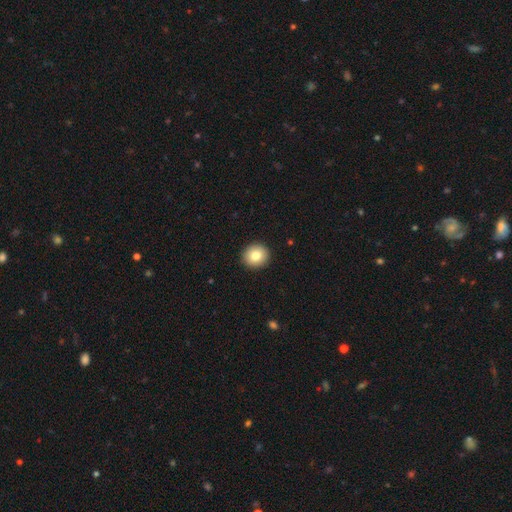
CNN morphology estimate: Smooth or featured?
  - smooth: 82% *
  - featured or disk: 9%
  - star or artifact: 9%
How rounded?
  - round: 90% *
  - in between: 9%
  - cigar-shaped: 1%
Merging?
  - none: 93% *
  - minor disturbance: 5%
  - major disturbance: 1%
  - merger: 1%